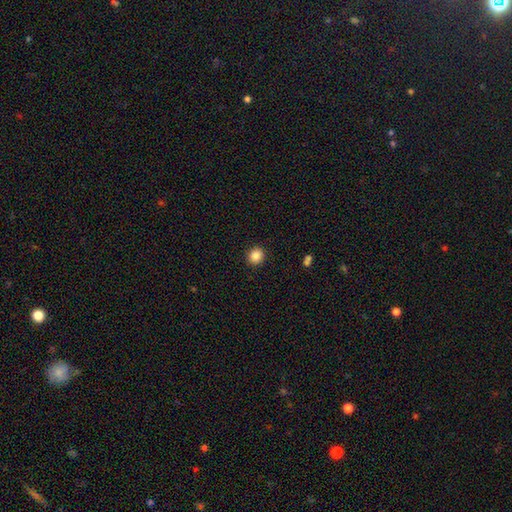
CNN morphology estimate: smooth_or_featured: smooth (p=0.87) [alt: star or artifact p=0.10]
how_rounded: round (p=0.84) [alt: in between p=0.15]
merging: none (p=0.91) [alt: minor disturbance p=0.06]